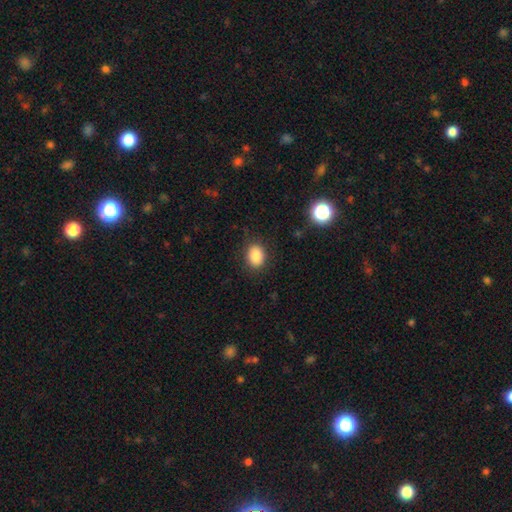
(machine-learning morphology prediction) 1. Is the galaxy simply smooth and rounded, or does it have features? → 85% smooth, 10% star or artifact, 5% featured or disk.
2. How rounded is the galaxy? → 62% in between, 37% round, 1% cigar-shaped.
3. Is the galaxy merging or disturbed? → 84% none, 11% minor disturbance, 3% major disturbance, 1% merger.